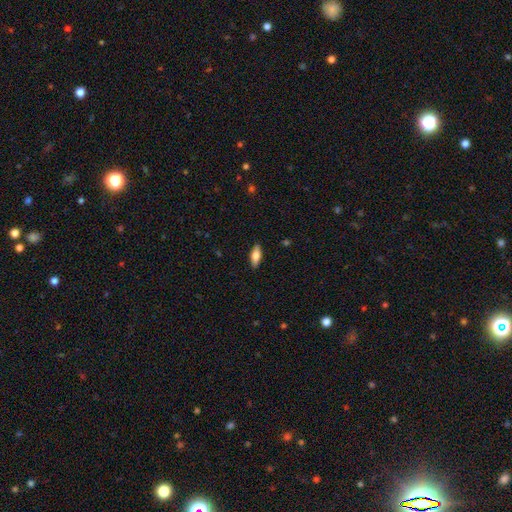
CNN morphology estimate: This is likely a smooth galaxy (69%). How rounded: likely in between (73%). Merging: clearly none (89%).